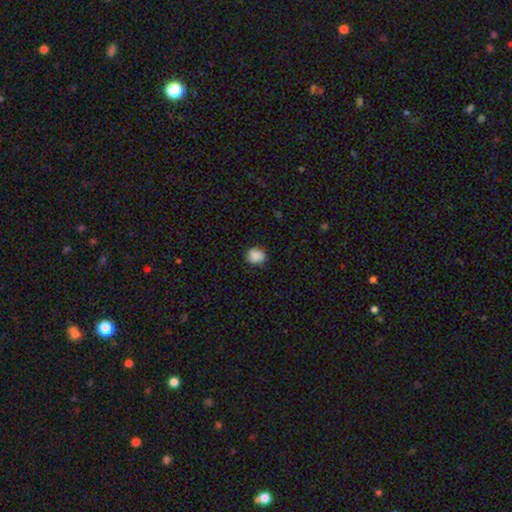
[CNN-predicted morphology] Q: Smooth or featured?
A: smooth (87%); runner-up: star or artifact (8%)
Q: How rounded?
A: round (68%); runner-up: in between (31%)
Q: Merging?
A: none (80%); runner-up: minor disturbance (16%)